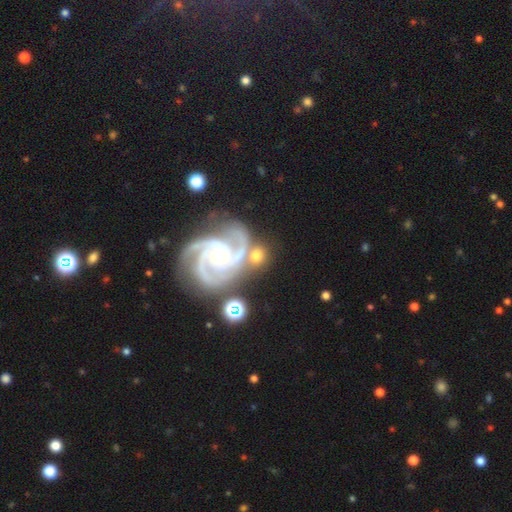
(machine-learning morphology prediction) featured or disk 64%, smooth 27%, star or artifact 9%. Down the decision tree: edge-on disk — no (96%); bar — no (57%); spiral arms — yes (95%); spiral arm count — 3 (45%); spiral winding — medium (50%); bulge size — moderate (47%); merging — none (55%).